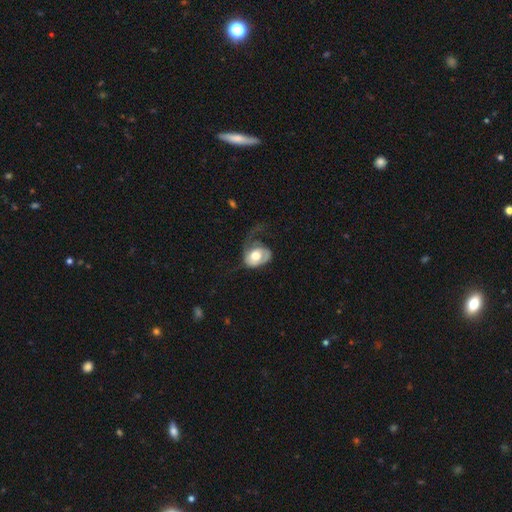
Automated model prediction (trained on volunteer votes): A featured or disk galaxy (55%) with no bar (79%), spiral arms (64%) and a moderate central bulge (62%). Merging: major disturbance (55%).